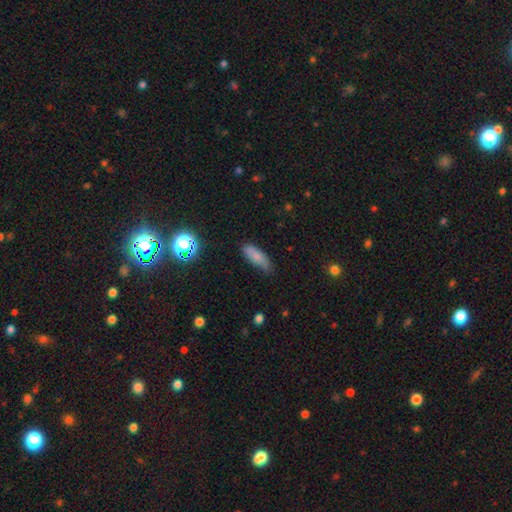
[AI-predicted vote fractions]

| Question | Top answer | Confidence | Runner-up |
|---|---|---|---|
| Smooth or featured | smooth | 79% | featured or disk (11%) |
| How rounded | in between | 67% | cigar-shaped (30%) |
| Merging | none | 67% | minor disturbance (26%) |